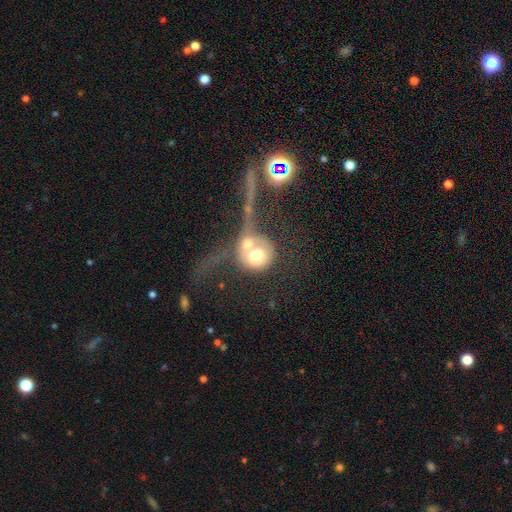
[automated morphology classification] This is possibly a smooth galaxy (57%). How rounded: clearly round (83%). Merging: likely merger (61%).